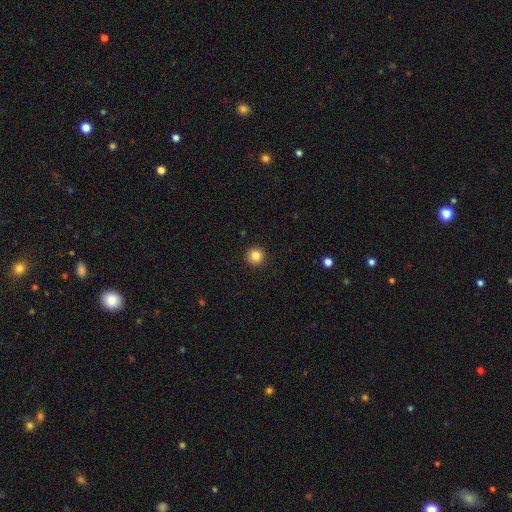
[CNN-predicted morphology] Overall: smooth (84%). How rounded: round (96%). Merging: none (93%).